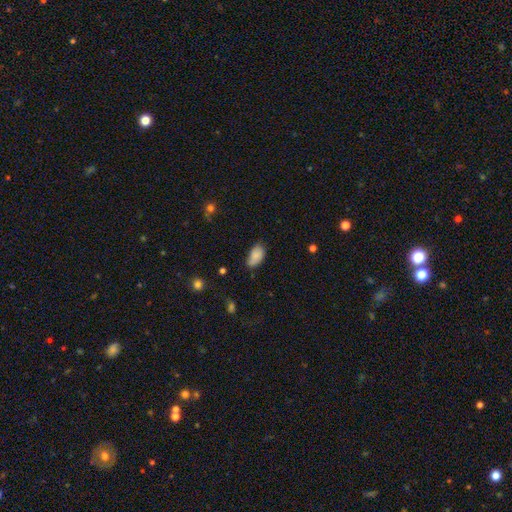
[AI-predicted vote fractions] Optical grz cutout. It shows a smooth galaxy with no disk features (85%) that is in between round and cigar-shaped (93%). Merging: none (61%).